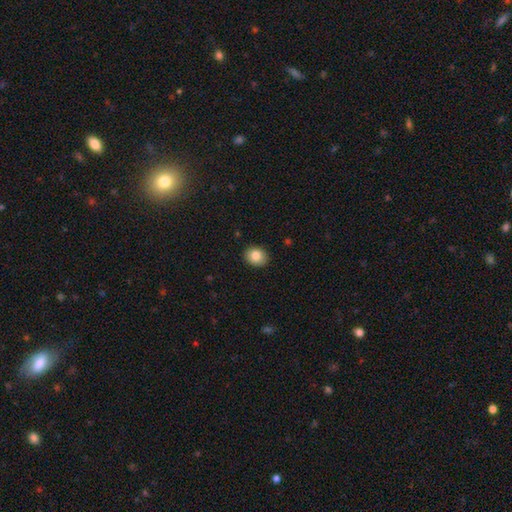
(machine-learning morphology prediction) Smooth or featured?
  - smooth: 83% *
  - star or artifact: 9%
  - featured or disk: 8%
How rounded?
  - round: 58% *
  - in between: 42%
  - cigar-shaped: 1%
Merging?
  - none: 90% *
  - minor disturbance: 7%
  - major disturbance: 2%
  - merger: 1%